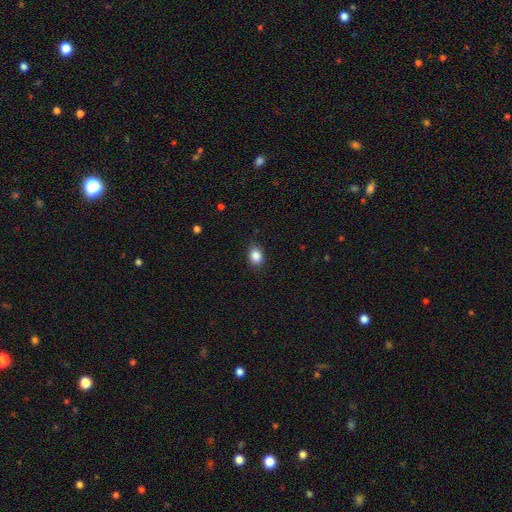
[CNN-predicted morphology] Smooth or featured: smooth — 87% (star or artifact — 9%)
How rounded: in between — 56% (round — 43%)
Merging: none — 87% (minor disturbance — 10%)